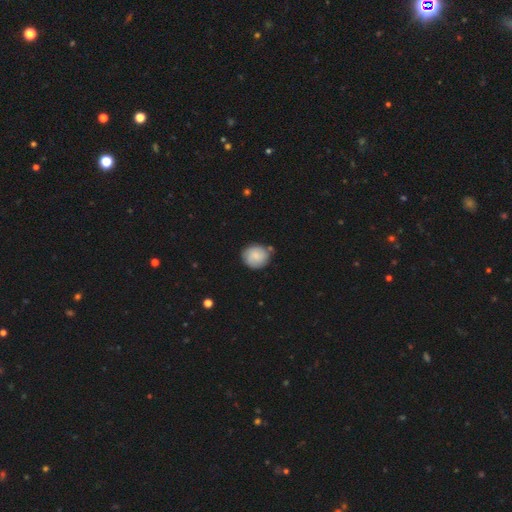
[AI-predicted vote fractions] Smooth or featured: smooth — 78% (featured or disk — 15%)
How rounded: round — 87% (in between — 12%)
Merging: none — 75% (minor disturbance — 16%)